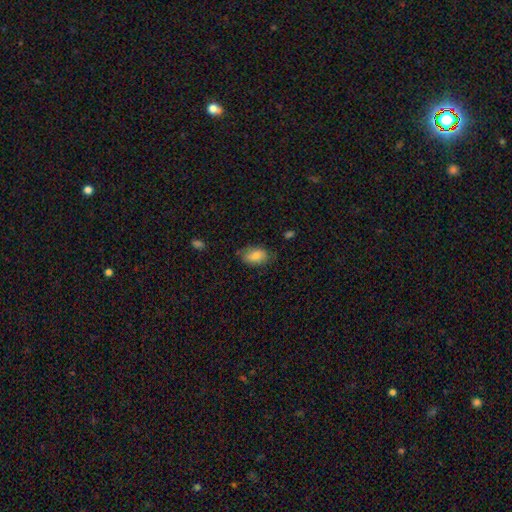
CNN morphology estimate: This appears to be a smooth galaxy with no disk features (82%) that is in between round and cigar-shaped (91%). Merging: none (72%).